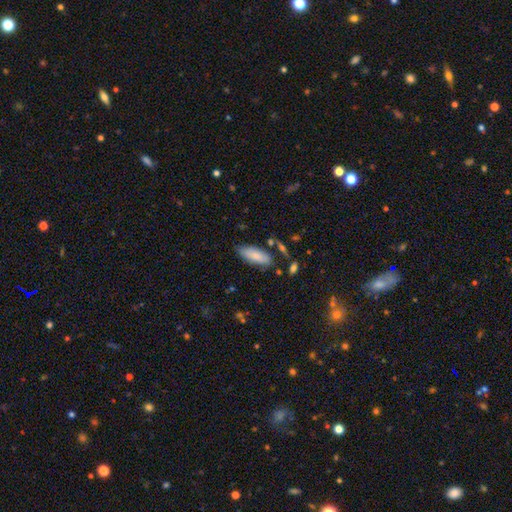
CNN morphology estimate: Overall: smooth (83%). How rounded: in between (73%). Merging: none (76%).